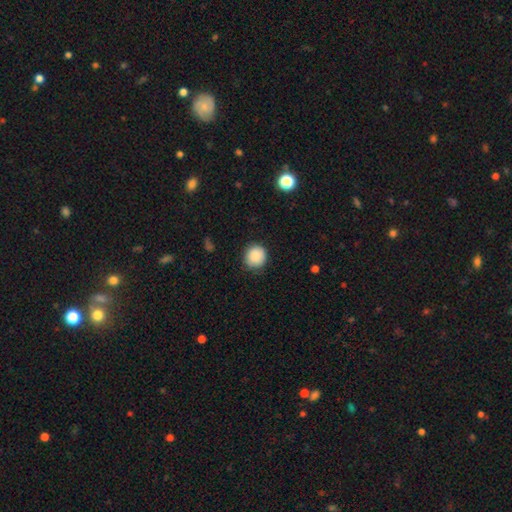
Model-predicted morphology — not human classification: Smooth or featured? Predicted: smooth (p=0.89). How rounded? Predicted: round (p=0.90). Merging? Predicted: none (p=0.84).